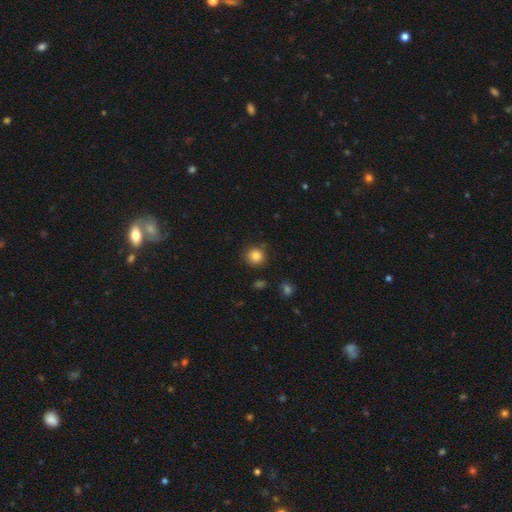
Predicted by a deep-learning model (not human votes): The model was most divided on "smooth or featured": smooth: 84%, star or artifact: 11%, featured or disk: 5%. More confident: how rounded — round (92%); merging — none (87%).